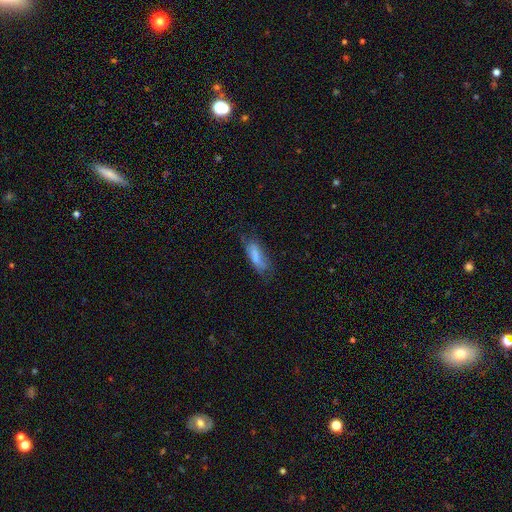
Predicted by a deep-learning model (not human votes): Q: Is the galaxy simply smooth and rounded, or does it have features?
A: smooth — 65%.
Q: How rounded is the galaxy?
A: in between — 59%.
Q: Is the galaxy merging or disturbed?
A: none — 49%.